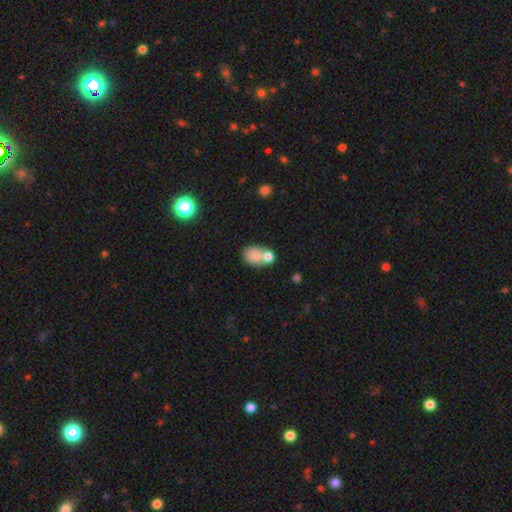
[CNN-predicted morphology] smooth-or-featured: smooth: 76% | featured or disk: 15% | star or artifact: 10%
  how-rounded: in between: 66% | round: 33% | cigar-shaped: 1%
  merging: merger: 44% | none: 38% | minor disturbance: 13% | major disturbance: 6%